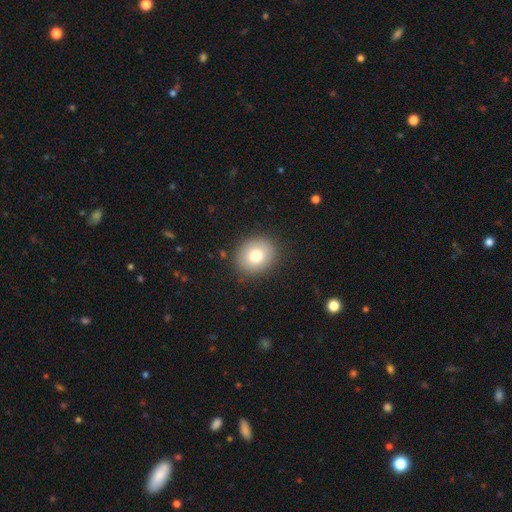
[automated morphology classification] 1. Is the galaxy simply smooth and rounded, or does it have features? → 77% smooth, 14% featured or disk, 10% star or artifact.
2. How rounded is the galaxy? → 70% round, 29% in between, 1% cigar-shaped.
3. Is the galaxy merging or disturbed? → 87% none, 9% minor disturbance, 3% major disturbance, 1% merger.